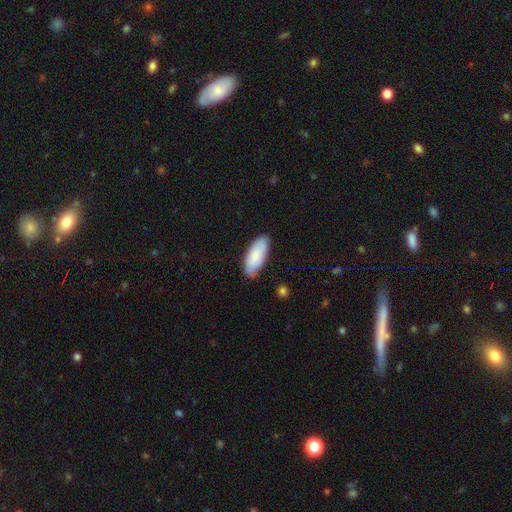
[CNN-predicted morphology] smooth_or_featured: smooth (p=0.81) [alt: featured or disk p=0.14]
how_rounded: in between (p=0.84) [alt: cigar-shaped p=0.14]
merging: none (p=0.80) [alt: minor disturbance p=0.16]